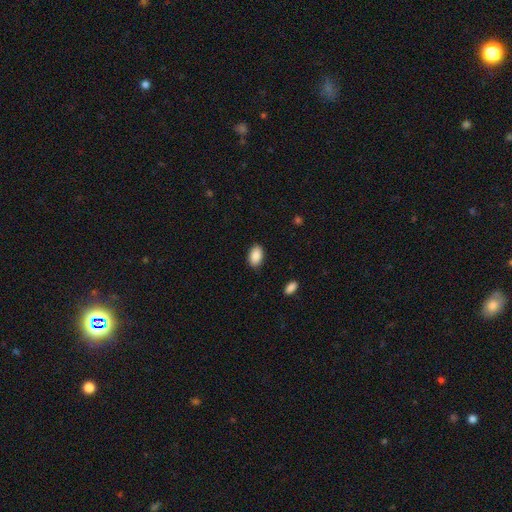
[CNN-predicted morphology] The model was most divided on "merging": none: 87%, minor disturbance: 9%, major disturbance: 2%, merger: 1%. More confident: how rounded — in between (92%); smooth or featured — smooth (89%).